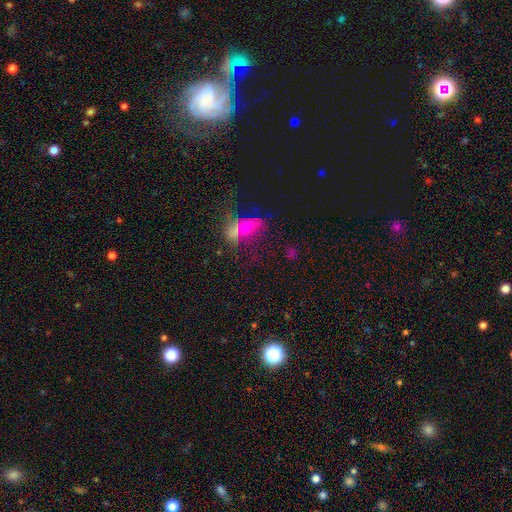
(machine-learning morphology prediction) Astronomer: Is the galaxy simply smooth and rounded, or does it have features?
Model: smooth — 42% (runner-up: featured or disk, 29%).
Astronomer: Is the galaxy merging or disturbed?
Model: merger — 41% (runner-up: none, 33%).